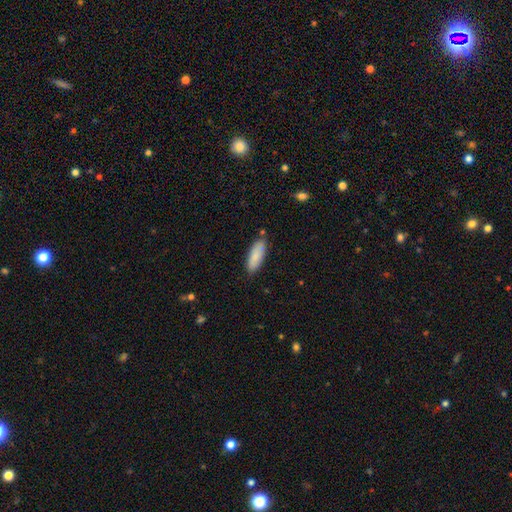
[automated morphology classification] The model was most divided on "how rounded": in between: 69%, cigar-shaped: 29%, round: 1%. More confident: smooth or featured — smooth (86%); merging — none (81%).